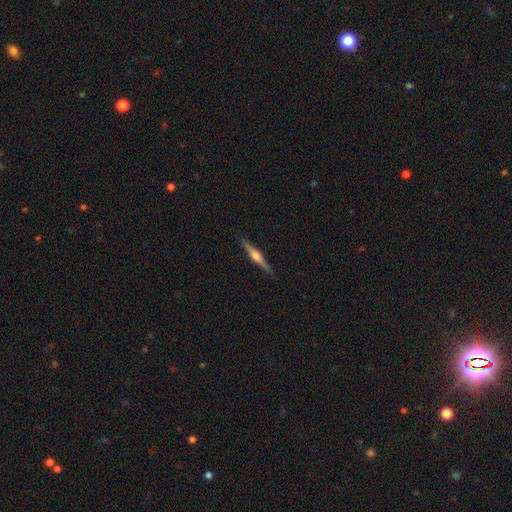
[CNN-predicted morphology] smooth_or_featured: featured or disk (p=0.78) [alt: smooth p=0.16]
disk_edge_on: yes (p=0.98) [alt: no p=0.02]
edge_on_bulge: rounded (p=0.90) [alt: boxy p=0.07]
merging: none (p=0.90) [alt: minor disturbance p=0.08]